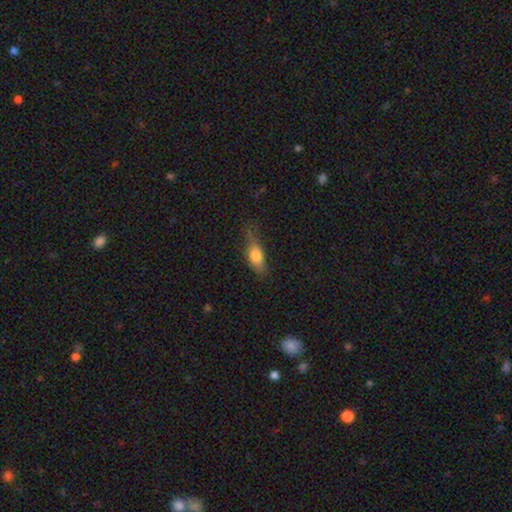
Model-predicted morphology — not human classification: smooth-or-featured: smooth: 74% | featured or disk: 18% | star or artifact: 8%
  how-rounded: in between: 73% | cigar-shaped: 20% | round: 6%
  merging: none: 53% | minor disturbance: 33% | major disturbance: 13% | merger: 2%